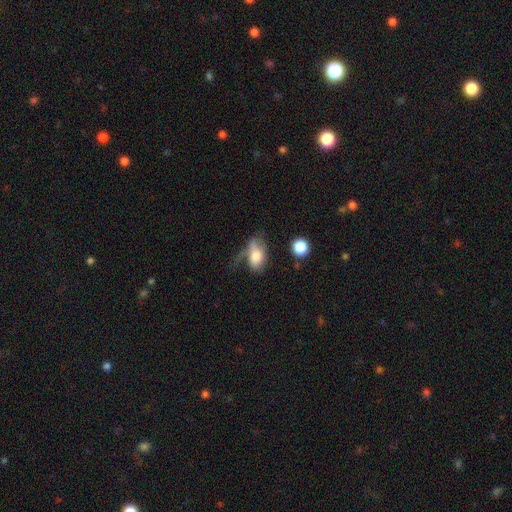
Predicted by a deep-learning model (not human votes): Smooth or featured?
  - smooth: 68% *
  - featured or disk: 24%
  - star or artifact: 8%
How rounded?
  - in between: 88% *
  - round: 9%
  - cigar-shaped: 3%
Merging?
  - major disturbance: 43% *
  - none: 24%
  - minor disturbance: 24%
  - merger: 9%